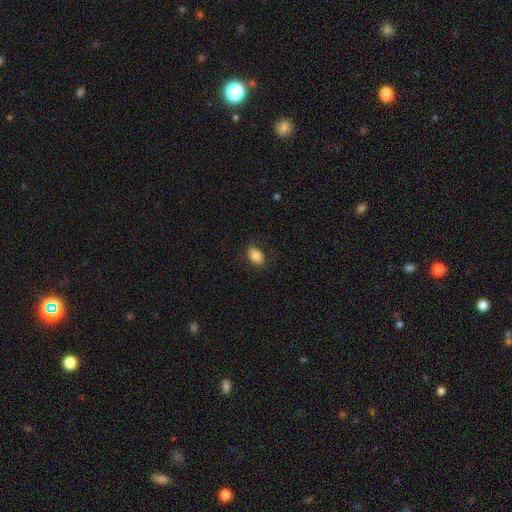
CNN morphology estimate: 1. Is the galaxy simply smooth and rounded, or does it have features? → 82% smooth, 9% featured or disk, 8% star or artifact.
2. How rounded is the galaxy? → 85% in between, 13% round, 1% cigar-shaped.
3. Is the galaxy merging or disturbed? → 83% none, 12% minor disturbance, 4% major disturbance, 1% merger.